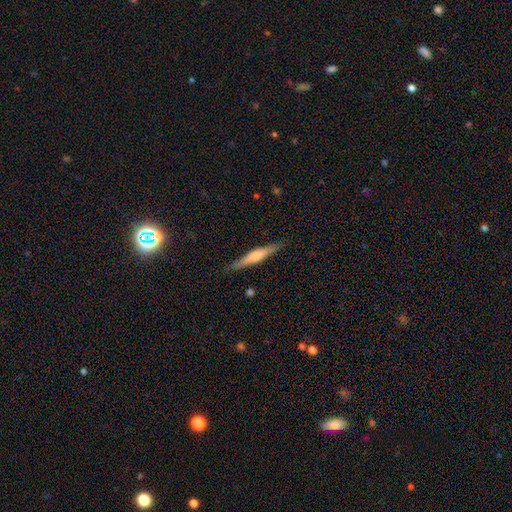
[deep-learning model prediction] This appears to be a featured or disk galaxy (54%) viewed edge-on (97%) with a rounded central bulge (65%). Merging: none (88%).